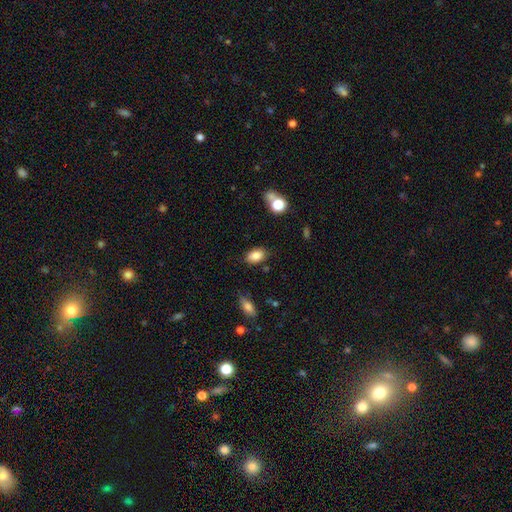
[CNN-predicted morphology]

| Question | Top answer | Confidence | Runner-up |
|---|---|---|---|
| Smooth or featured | smooth | 85% | star or artifact (8%) |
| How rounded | in between | 89% | round (9%) |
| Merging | none | 81% | minor disturbance (13%) |